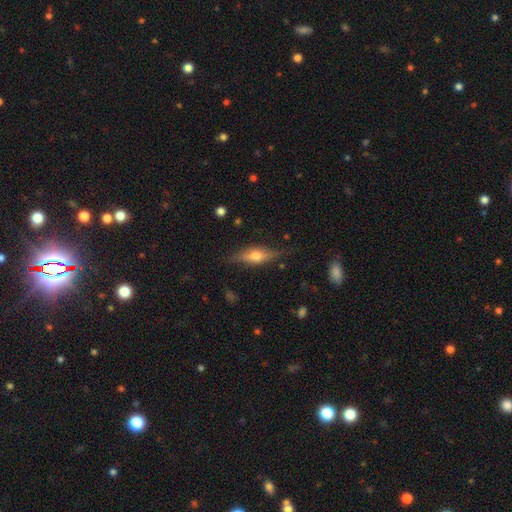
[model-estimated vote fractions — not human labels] Smooth or featured? featured or disk (59%)
Edge-on disk? yes (93%)
Edge-on bulge? rounded (91%)
Merging? none (80%)